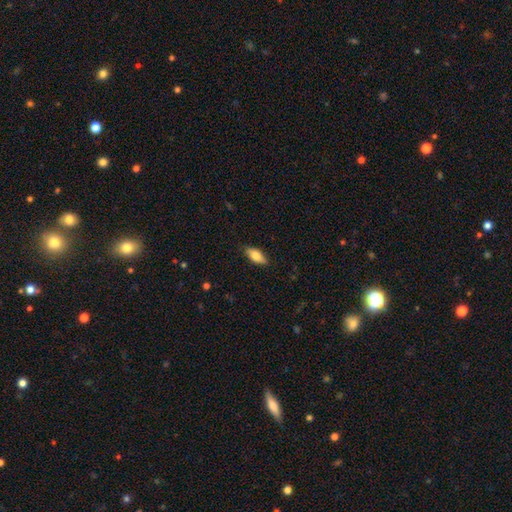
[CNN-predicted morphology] Overall: smooth (77%). How rounded: in between (85%). Merging: none (83%).